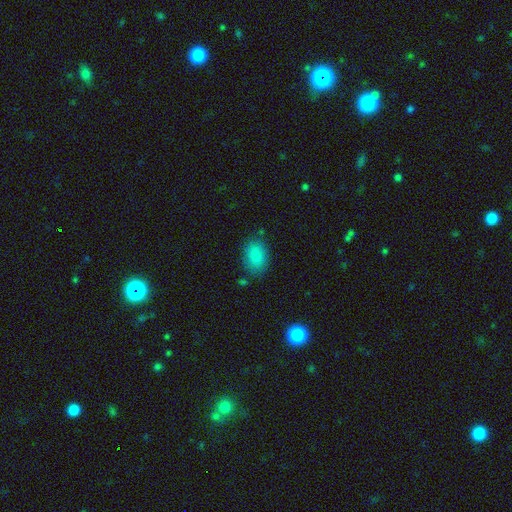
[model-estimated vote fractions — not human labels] smooth 87%, star or artifact 9%, featured or disk 5%. Down the decision tree: how rounded — in between (81%); merging — none (78%).